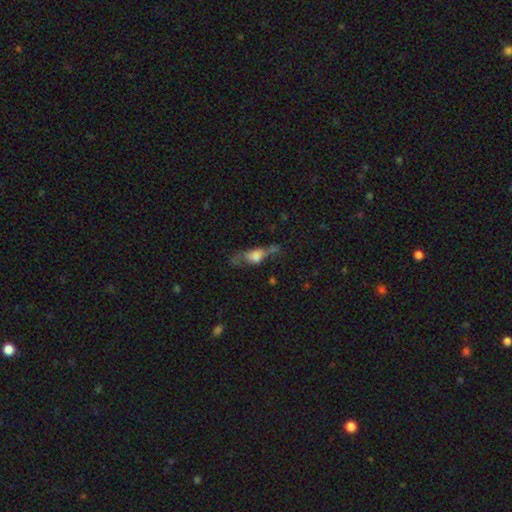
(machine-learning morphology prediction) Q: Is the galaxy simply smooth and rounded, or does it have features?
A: smooth — 53%.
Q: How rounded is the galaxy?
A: in between — 68%.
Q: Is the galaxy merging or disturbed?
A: major disturbance — 34%.